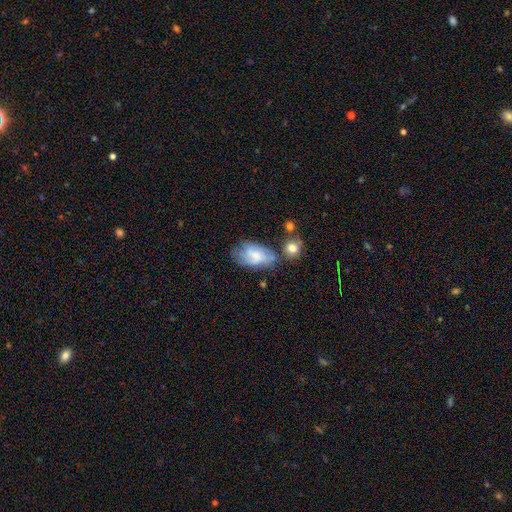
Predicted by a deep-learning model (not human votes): This is possibly a smooth galaxy (59%). How rounded: clearly in between (91%). Merging: marginally none (42%).